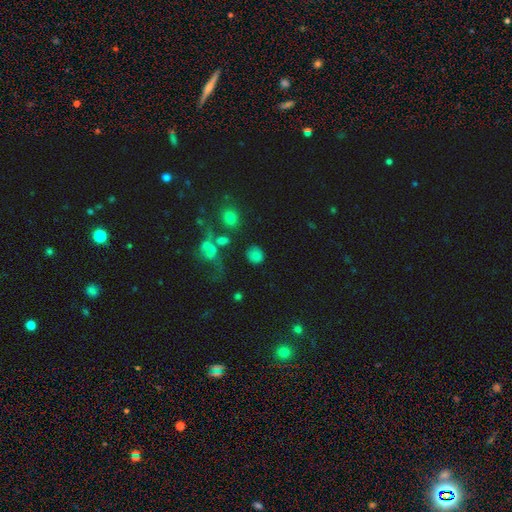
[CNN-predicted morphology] smooth_or_featured: smooth (p=0.74) [alt: star or artifact p=0.16]
how_rounded: round (p=0.78) [alt: in between p=0.21]
merging: none (p=0.70) [alt: minor disturbance p=0.14]